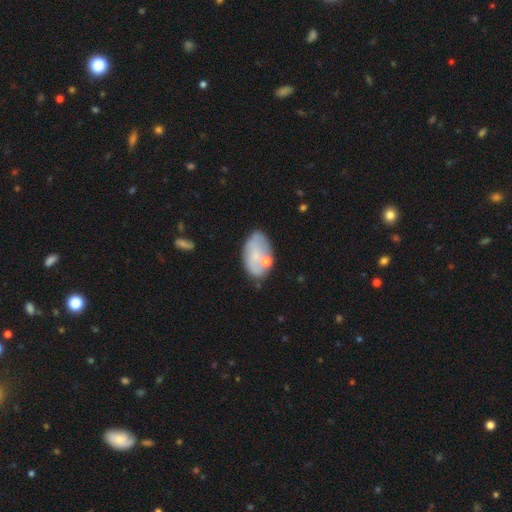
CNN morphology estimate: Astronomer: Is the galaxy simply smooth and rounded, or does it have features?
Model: smooth — 61%.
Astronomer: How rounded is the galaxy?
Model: in between — 93%.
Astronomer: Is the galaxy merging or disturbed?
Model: none — 63%.